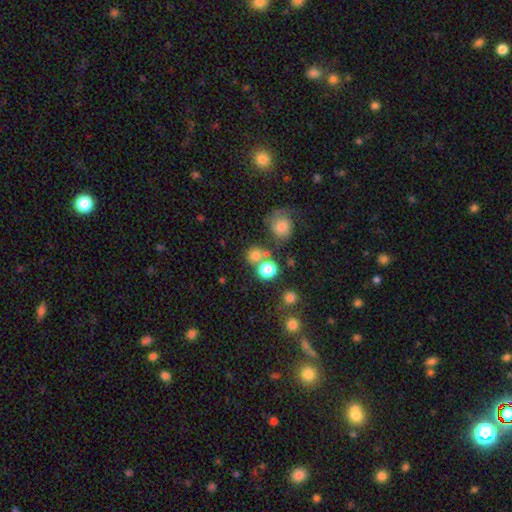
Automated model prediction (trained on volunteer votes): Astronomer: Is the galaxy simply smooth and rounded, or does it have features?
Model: smooth — 75%.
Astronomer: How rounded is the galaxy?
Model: round — 86%.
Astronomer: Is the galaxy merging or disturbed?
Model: none — 62%.